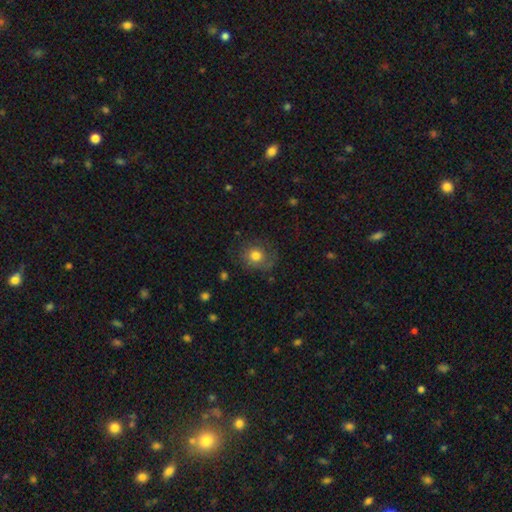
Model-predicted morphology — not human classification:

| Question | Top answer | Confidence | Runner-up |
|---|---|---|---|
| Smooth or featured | smooth | 71% | featured or disk (18%) |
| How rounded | round | 79% | in between (20%) |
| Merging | none | 68% | minor disturbance (19%) |